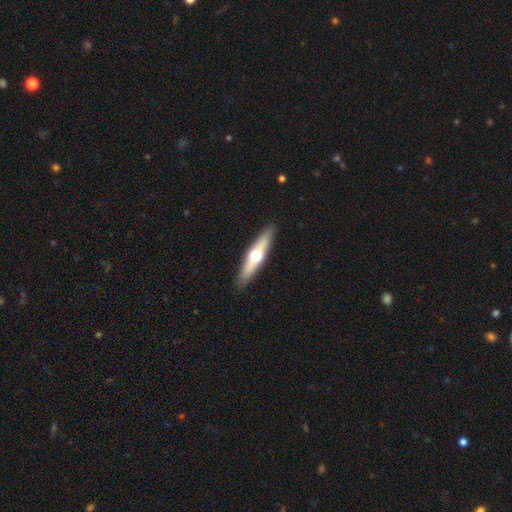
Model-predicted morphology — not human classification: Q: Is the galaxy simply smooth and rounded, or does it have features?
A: featured or disk — 55%.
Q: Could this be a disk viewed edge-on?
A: yes — 90%.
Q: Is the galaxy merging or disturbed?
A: none — 90%.